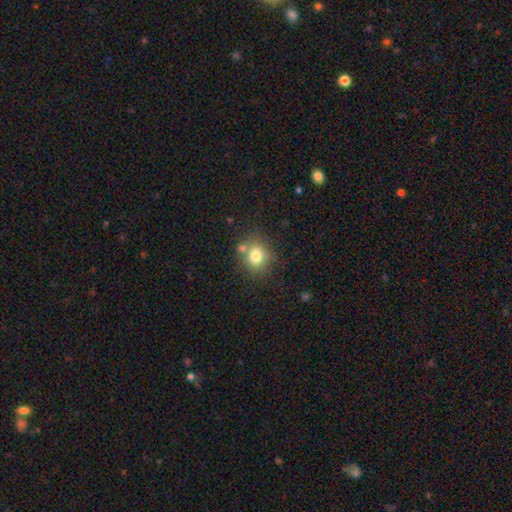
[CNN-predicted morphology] Smooth or featured: smooth — 78% (star or artifact — 12%)
How rounded: round — 71% (in between — 28%)
Merging: none — 66% (merger — 17%)